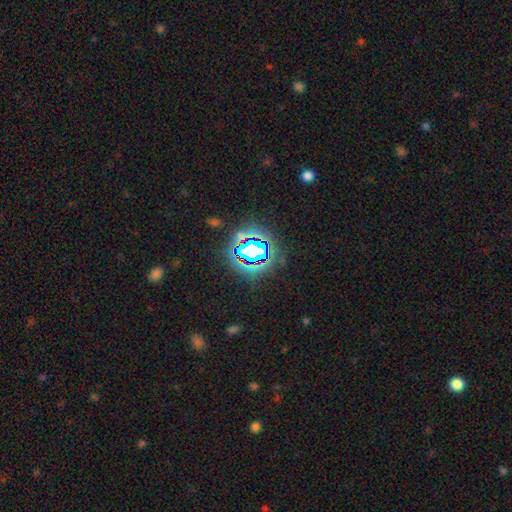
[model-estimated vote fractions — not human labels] This is clearly a star or artifact rather than a galaxy (80%).